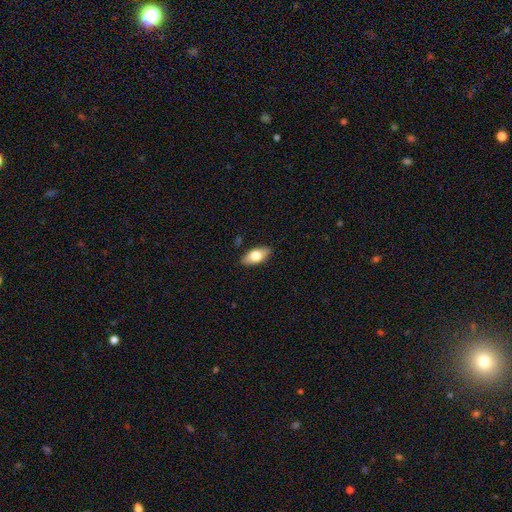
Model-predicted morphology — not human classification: Smooth or featured? Predicted: smooth (p=0.68). How rounded? Predicted: in between (p=0.87). Merging? Predicted: none (p=0.86).